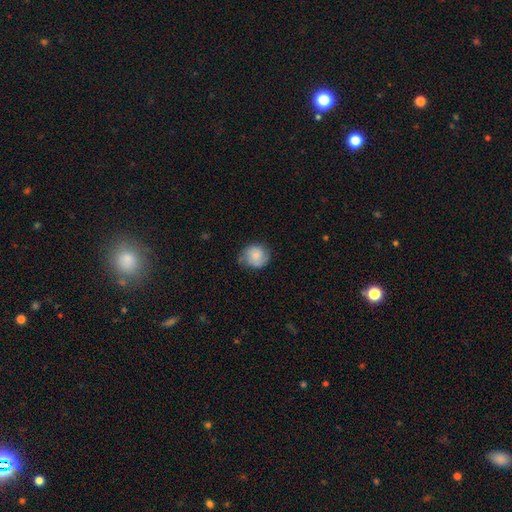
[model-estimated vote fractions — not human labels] Smooth or featured? smooth (65%)
How rounded? round (82%)
Merging? none (68%)